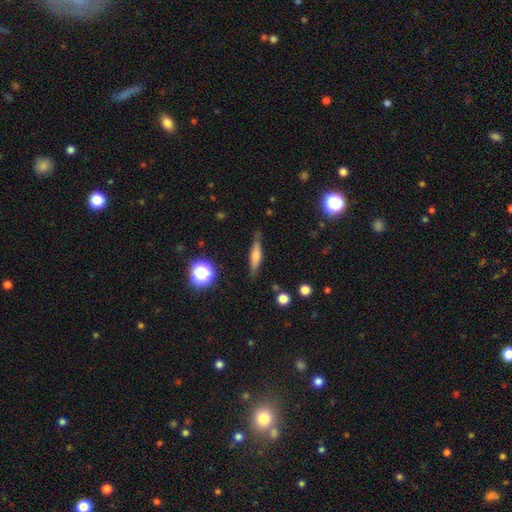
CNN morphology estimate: Smooth or featured: smooth — 53% (featured or disk — 38%)
How rounded: cigar-shaped — 77% (in between — 19%)
Merging: none — 79% (minor disturbance — 15%)